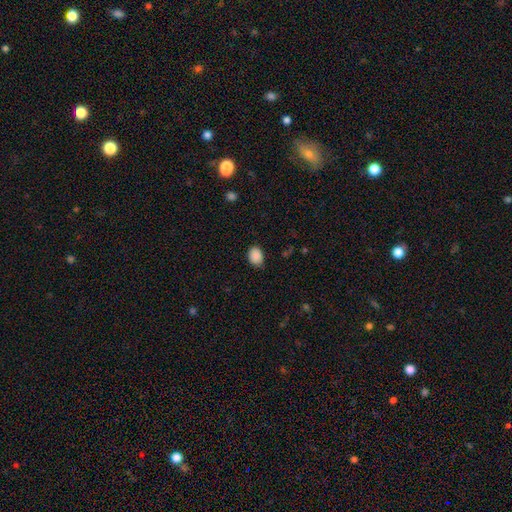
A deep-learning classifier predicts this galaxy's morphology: A smooth galaxy with no disk features (89%) that is in between round and cigar-shaped (67%).

Vote fractions:
- Smooth or featured? smooth: 89% / star or artifact: 8% / featured or disk: 3%
- How rounded? in between: 67% / round: 32% / cigar-shaped: 1%
- Merging? none: 80% / minor disturbance: 15% / major disturbance: 3% / merger: 1%